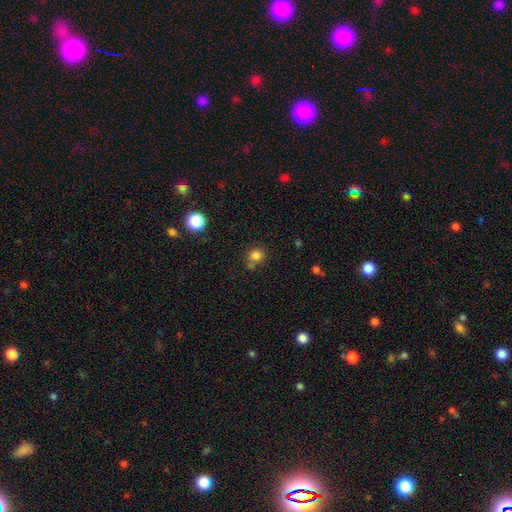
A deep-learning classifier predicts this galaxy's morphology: The model was most divided on "merging": none: 67%, merger: 15%, minor disturbance: 14%, major disturbance: 4%. More confident: how rounded — round (82%); smooth or featured — smooth (81%).